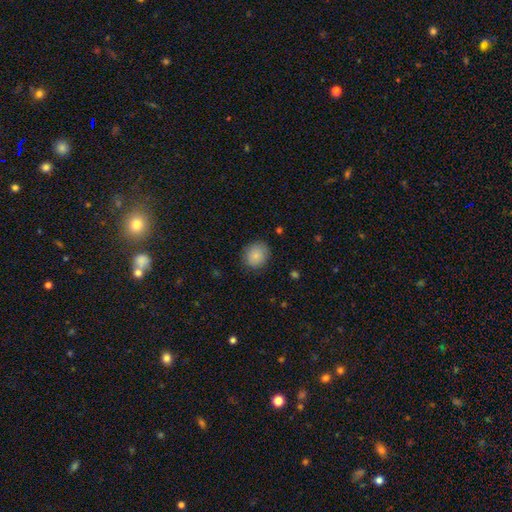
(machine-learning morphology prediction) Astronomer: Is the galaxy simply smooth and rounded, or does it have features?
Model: smooth — 83%.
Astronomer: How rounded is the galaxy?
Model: round — 74%.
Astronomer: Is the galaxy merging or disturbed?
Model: none — 83%.